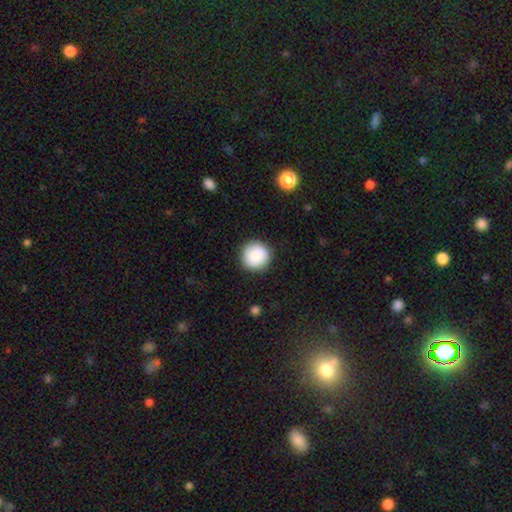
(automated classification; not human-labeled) smooth-or-featured: smooth: 86% | star or artifact: 8% | featured or disk: 6%
  how-rounded: round: 94% | in between: 5% | cigar-shaped: 1%
  merging: none: 90% | minor disturbance: 7% | major disturbance: 2% | merger: 1%